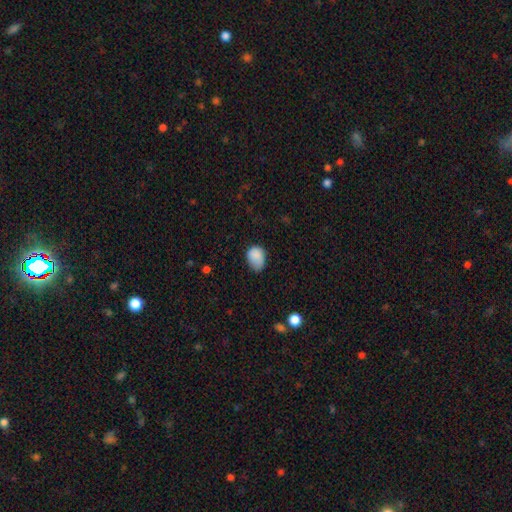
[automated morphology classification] Overall: smooth (85%). How rounded: in between (69%; round 30%). Merging: none (48%; minor disturbance 39%).